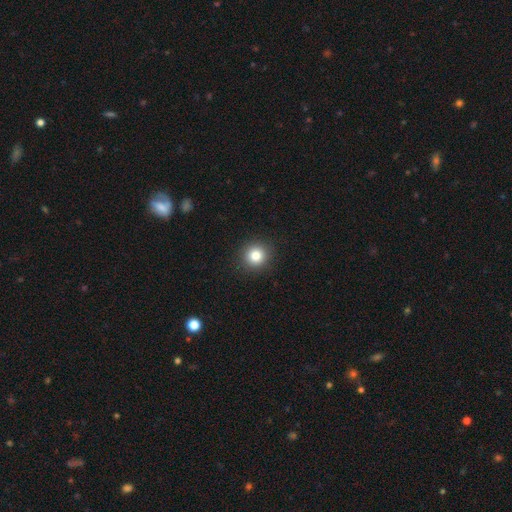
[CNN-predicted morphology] This is clearly a smooth galaxy (82%). How rounded: clearly round (93%). Merging: clearly none (92%).